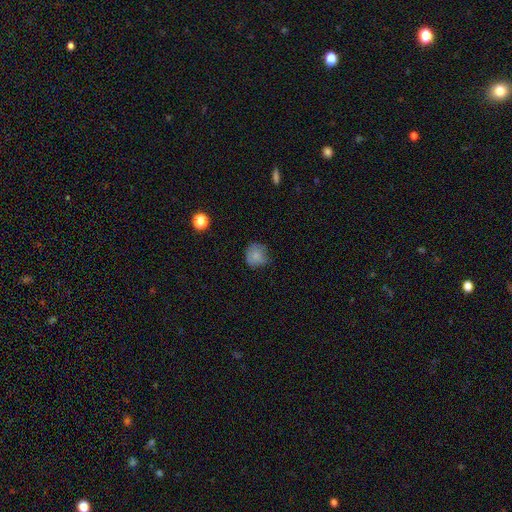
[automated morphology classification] This appears to be a smooth galaxy with no disk features (79%) that is round (84%). Merging: none (65%).